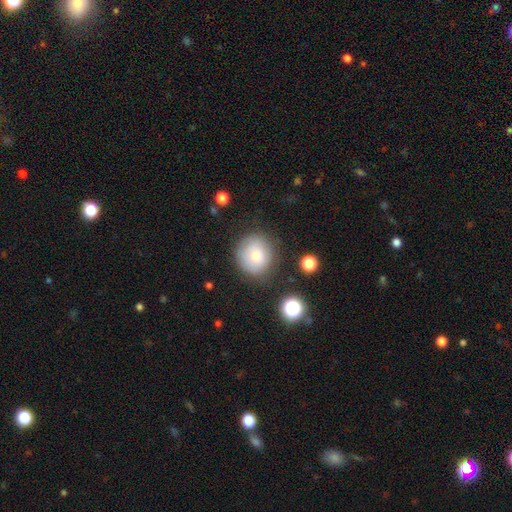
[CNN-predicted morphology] A smooth galaxy with no disk features (69%) that is round (88%). Merging: none (76%).